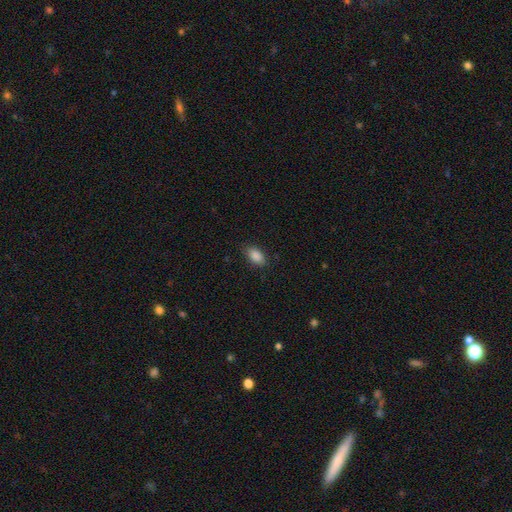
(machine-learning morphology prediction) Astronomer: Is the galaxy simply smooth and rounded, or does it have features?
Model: smooth — 88%.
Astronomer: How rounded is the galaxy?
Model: in between — 91%.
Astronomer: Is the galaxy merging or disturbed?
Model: none — 83%.